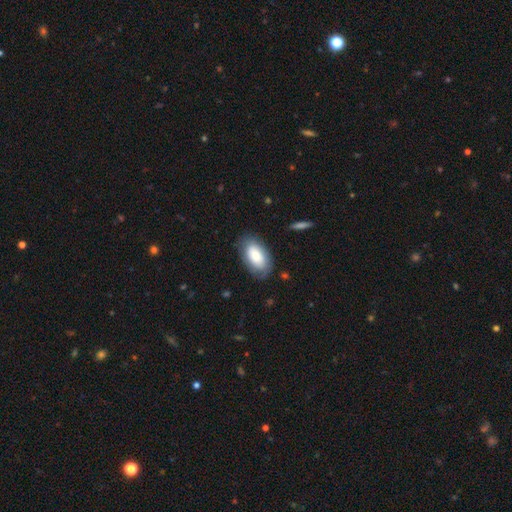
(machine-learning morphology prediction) A smooth galaxy with no disk features (82%) that is in between round and cigar-shaped (94%).

Vote fractions:
- Smooth or featured? smooth: 82% / featured or disk: 12% / star or artifact: 6%
- How rounded? in between: 94% / round: 4% / cigar-shaped: 2%
- Merging? none: 78% / minor disturbance: 15% / major disturbance: 5% / merger: 1%